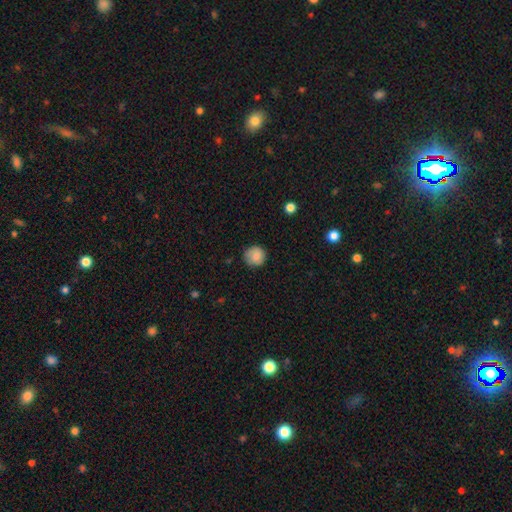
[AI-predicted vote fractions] smooth-or-featured: smooth: 85% | star or artifact: 8% | featured or disk: 7%
  how-rounded: round: 91% | in between: 8% | cigar-shaped: 1%
  merging: none: 80% | minor disturbance: 15% | major disturbance: 3% | merger: 1%